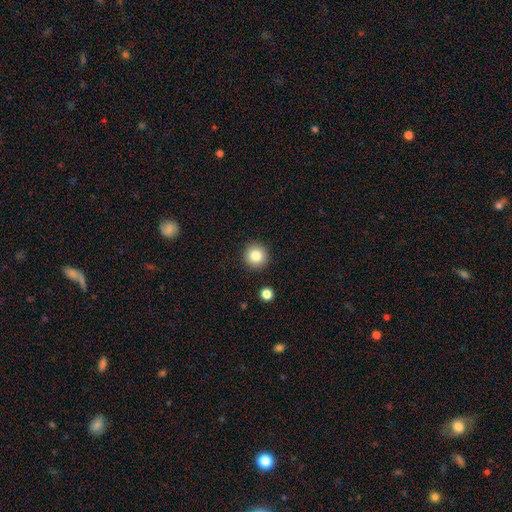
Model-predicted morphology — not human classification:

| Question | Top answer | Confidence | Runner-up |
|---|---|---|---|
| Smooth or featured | smooth | 83% | star or artifact (10%) |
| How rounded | round | 95% | in between (4%) |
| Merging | none | 91% | minor disturbance (5%) |